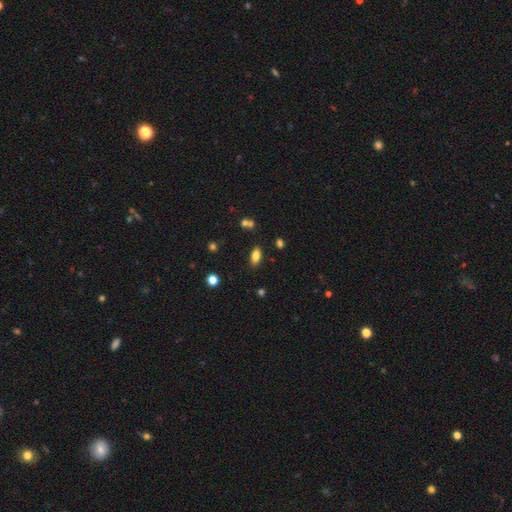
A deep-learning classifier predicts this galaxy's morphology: Smooth or featured? Predicted: smooth (p=0.80). How rounded? Predicted: in between (p=0.87). Merging? Predicted: none (p=0.83).